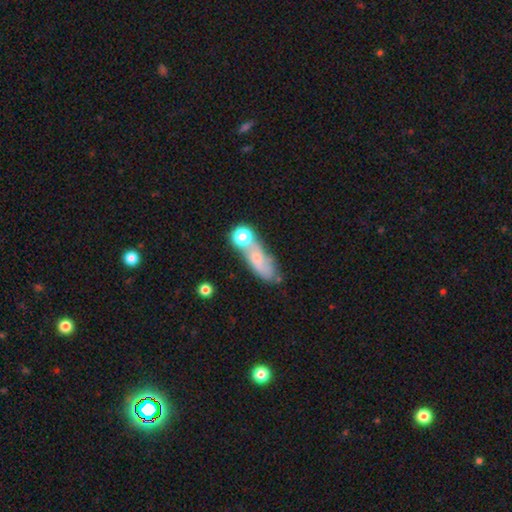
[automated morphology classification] Overall: smooth (59%; featured or disk 28%). How rounded: in between (52%; cigar-shaped 36%). Merging: none (39%; merger 27%).